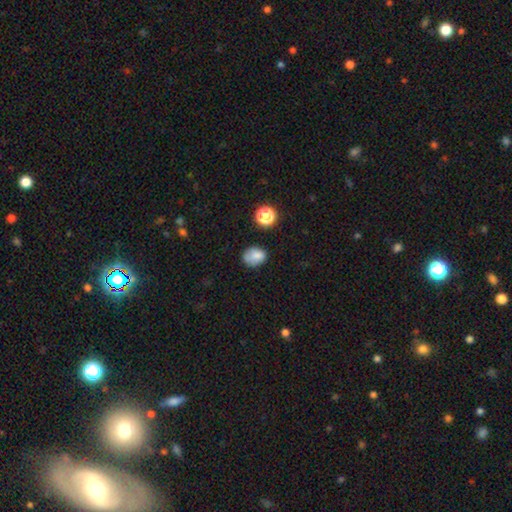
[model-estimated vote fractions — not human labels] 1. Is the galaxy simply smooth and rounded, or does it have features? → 80% smooth, 12% star or artifact, 8% featured or disk.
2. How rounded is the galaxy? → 55% in between, 44% round, 1% cigar-shaped.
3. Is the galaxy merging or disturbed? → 64% none, 25% minor disturbance, 7% major disturbance, 4% merger.